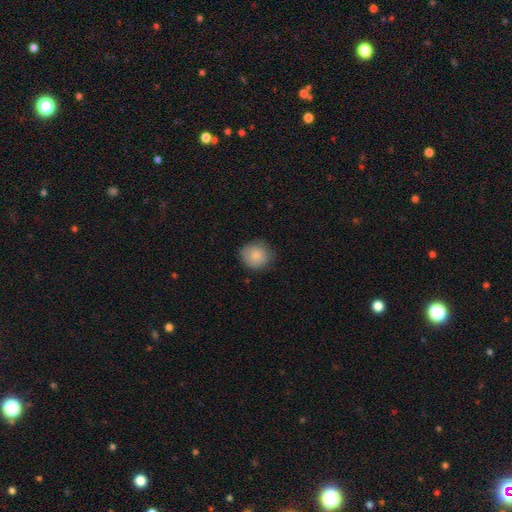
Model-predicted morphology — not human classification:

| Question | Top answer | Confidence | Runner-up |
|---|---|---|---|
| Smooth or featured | smooth | 86% | star or artifact (7%) |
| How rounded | round | 85% | in between (14%) |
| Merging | none | 80% | minor disturbance (16%) |